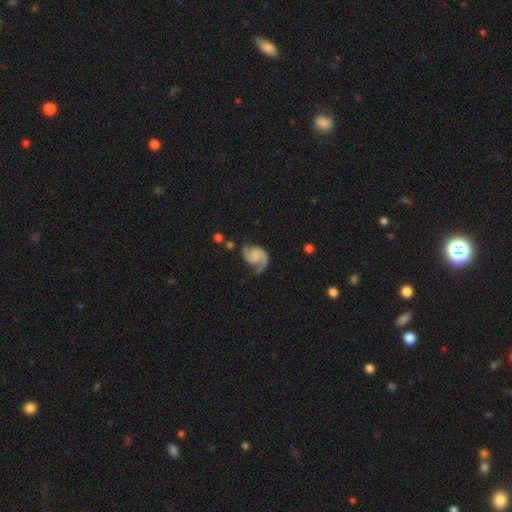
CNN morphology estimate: Smooth or featured? Predicted: featured or disk (p=0.88). Edge-on disk? Predicted: no (p=0.98). Bar? Predicted: no (p=0.63). Spiral arms? Predicted: yes (p=0.98). Spiral winding? Predicted: medium (p=0.51). Spiral arm count? Predicted: 2 (p=0.88). Bulge size? Predicted: none (p=0.66). Merging? Predicted: none (p=0.66).